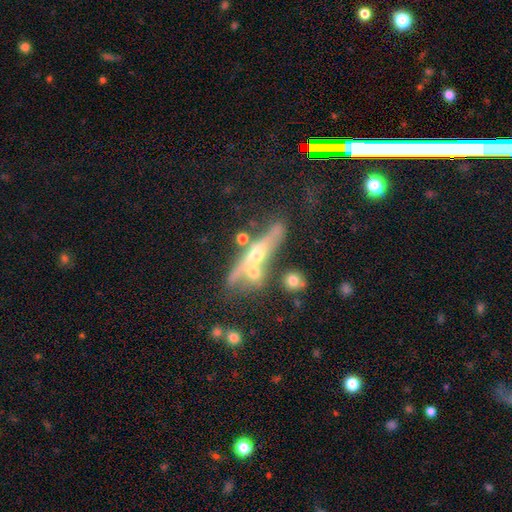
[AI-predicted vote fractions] smooth-or-featured: featured or disk: 66% | smooth: 25% | star or artifact: 9%
  disk-edge-on: yes: 78% | no: 22%
    edge-on-bulge: rounded: 83% | none: 11% | boxy: 6%
  merging: none: 44% | merger: 30% | minor disturbance: 16% | major disturbance: 9%